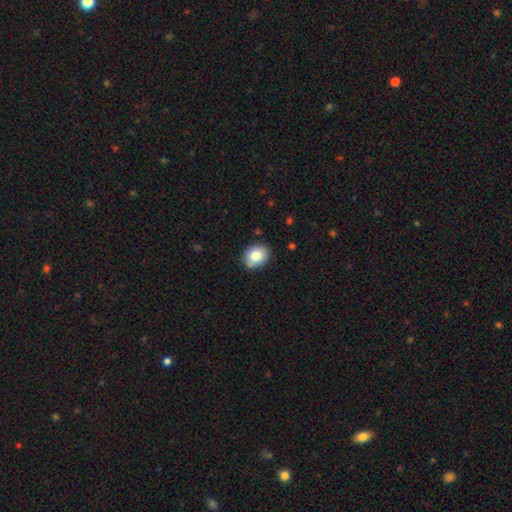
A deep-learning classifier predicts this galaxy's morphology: Smooth or featured: smooth — 83% (featured or disk — 8%)
How rounded: in between — 50% (round — 49%)
Merging: none — 83% (minor disturbance — 13%)